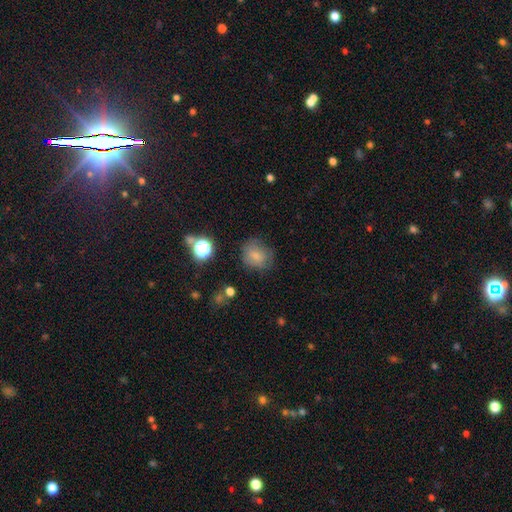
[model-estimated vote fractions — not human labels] Smooth or featured?
  - smooth: 75% *
  - star or artifact: 13%
  - featured or disk: 12%
How rounded?
  - round: 68% *
  - in between: 31%
  - cigar-shaped: 1%
Merging?
  - none: 67% *
  - minor disturbance: 21%
  - major disturbance: 9%
  - merger: 2%